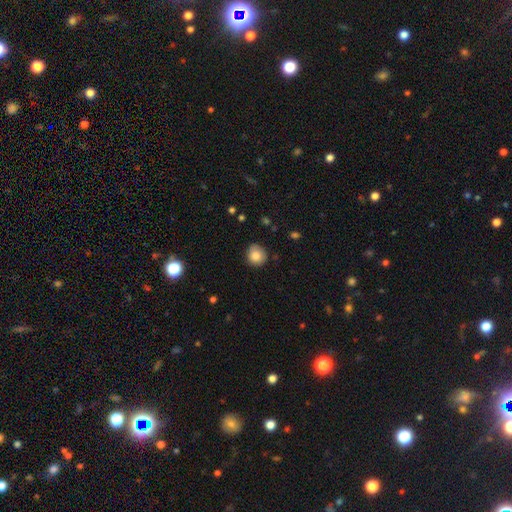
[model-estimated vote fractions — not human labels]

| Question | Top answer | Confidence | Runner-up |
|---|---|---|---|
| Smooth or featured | smooth | 84% | star or artifact (9%) |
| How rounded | round | 87% | in between (12%) |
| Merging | none | 79% | minor disturbance (17%) |